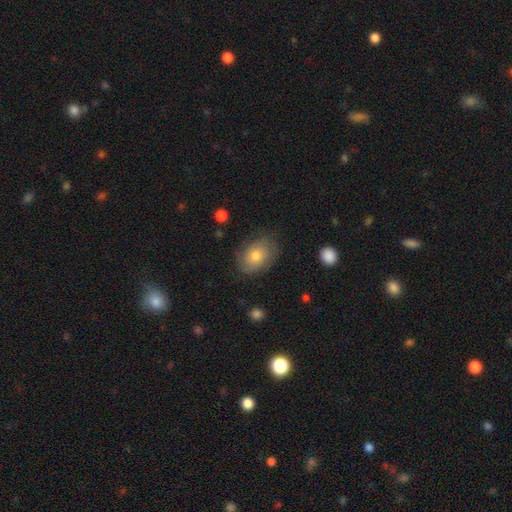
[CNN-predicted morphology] smooth 60%, featured or disk 31%, star or artifact 9%. Down the decision tree: how rounded — in between (74%); merging — none (74%).